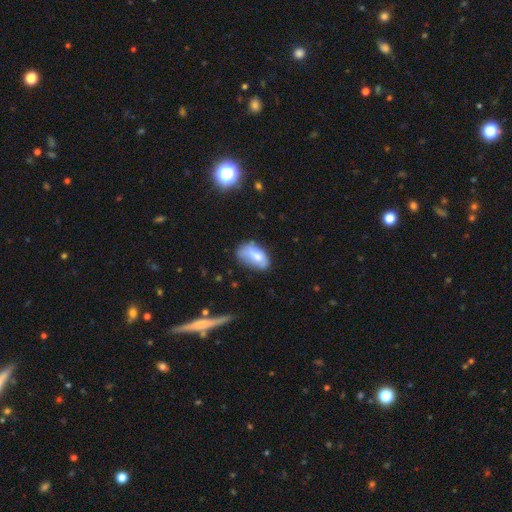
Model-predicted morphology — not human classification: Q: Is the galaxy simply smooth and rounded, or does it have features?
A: smooth — 69%.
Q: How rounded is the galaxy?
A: in between — 92%.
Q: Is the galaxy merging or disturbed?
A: none — 47%.